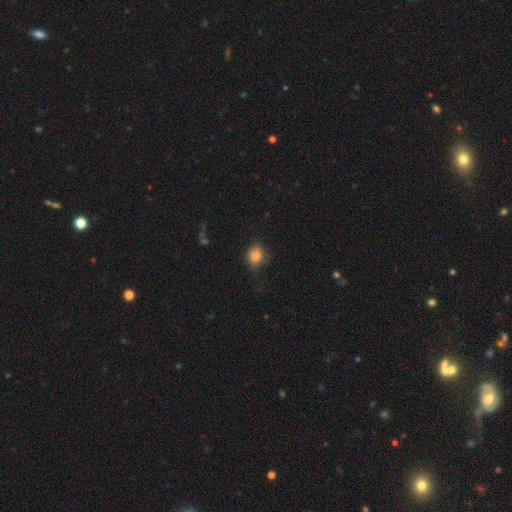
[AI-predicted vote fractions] Smooth or featured: smooth — 83% (star or artifact — 10%)
How rounded: round — 54% (in between — 44%)
Merging: none — 74% (minor disturbance — 20%)